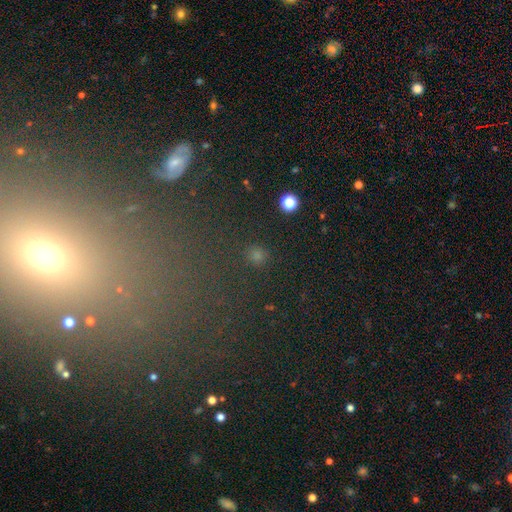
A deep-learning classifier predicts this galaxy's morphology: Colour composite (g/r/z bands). It shows a smooth galaxy with no disk features (62%) that is round (89%). Merging: none (88%).